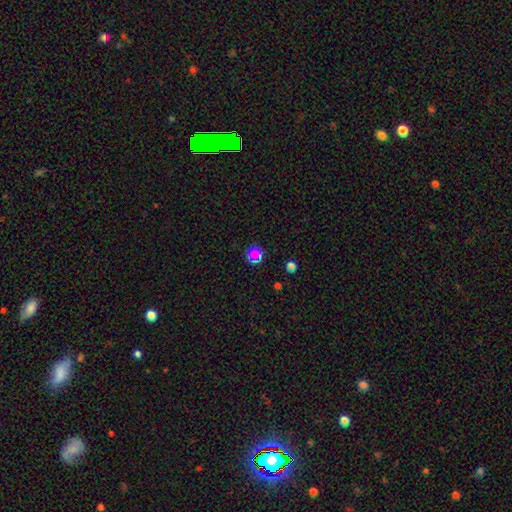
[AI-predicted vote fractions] Smooth or featured? smooth (59%)
How rounded? round (92%)
Merging? none (83%)